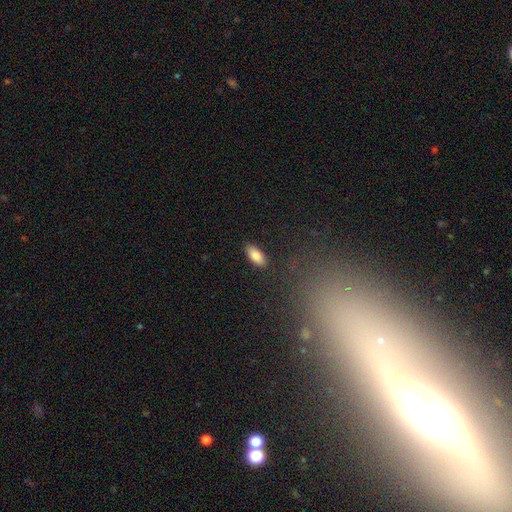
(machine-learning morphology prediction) smooth 85%, featured or disk 8%, star or artifact 7%. Down the decision tree: how rounded — in between (85%); merging — none (88%).